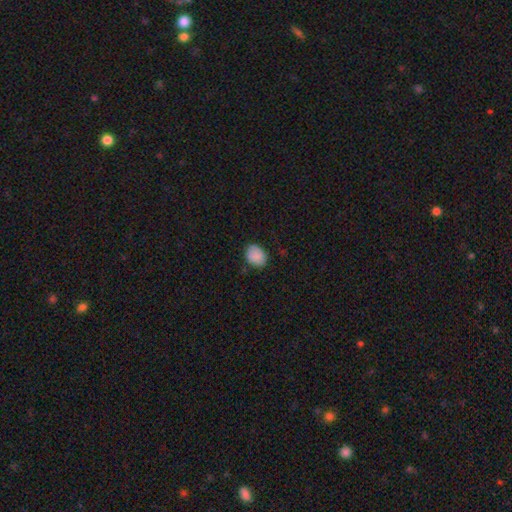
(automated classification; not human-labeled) The model was most divided on "how rounded": in between: 62%, round: 37%, cigar-shaped: 1%. More confident: smooth or featured — smooth (88%); merging — none (78%).